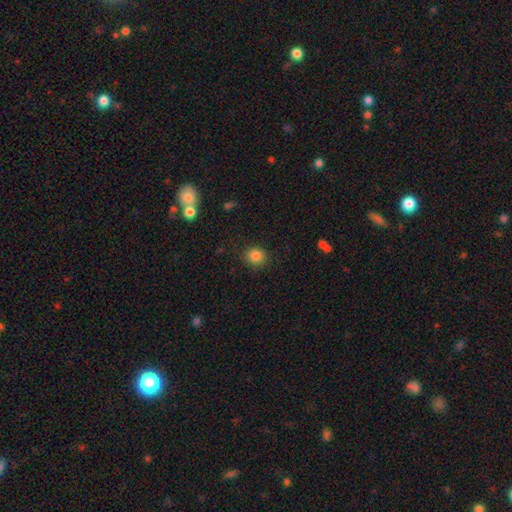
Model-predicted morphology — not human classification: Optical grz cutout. It shows a smooth galaxy with no disk features (85%) that is round (85%). Merging: none (87%).